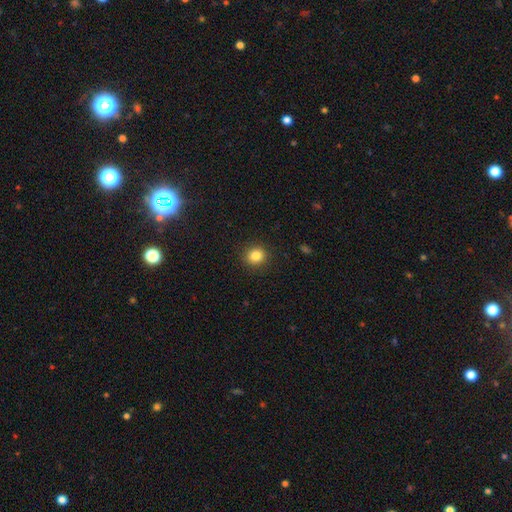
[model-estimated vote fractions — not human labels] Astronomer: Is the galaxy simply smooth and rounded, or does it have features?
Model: smooth — 84%.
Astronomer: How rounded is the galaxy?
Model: round — 81%.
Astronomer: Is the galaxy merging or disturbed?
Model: none — 90%.